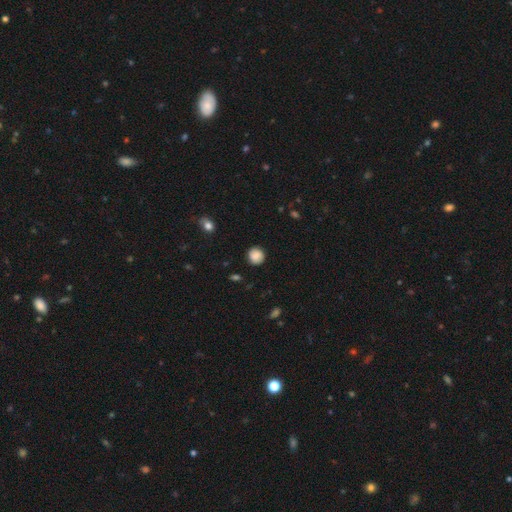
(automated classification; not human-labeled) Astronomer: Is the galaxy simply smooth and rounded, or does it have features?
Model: smooth — 86%.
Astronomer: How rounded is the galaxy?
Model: round — 90%.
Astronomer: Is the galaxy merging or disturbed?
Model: none — 87%.